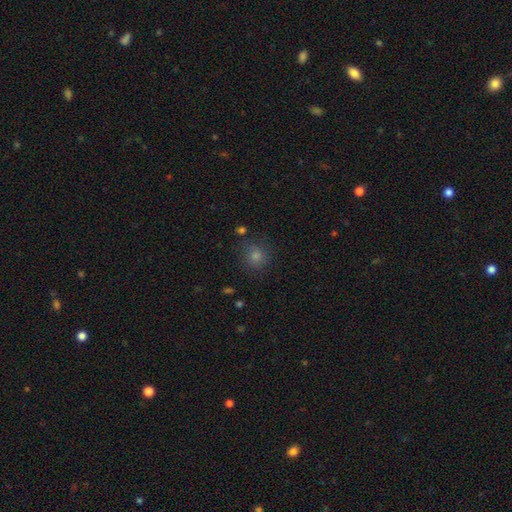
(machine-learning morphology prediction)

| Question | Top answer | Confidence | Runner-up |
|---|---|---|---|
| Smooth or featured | smooth | 69% | star or artifact (24%) |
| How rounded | round | 89% | in between (10%) |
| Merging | none | 84% | minor disturbance (10%) |